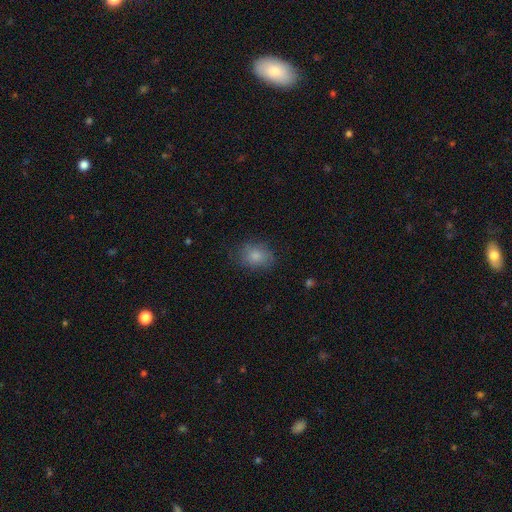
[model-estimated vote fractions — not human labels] A smooth galaxy with no disk features (82%) that is in between round and cigar-shaped (61%). Merging: none (74%).